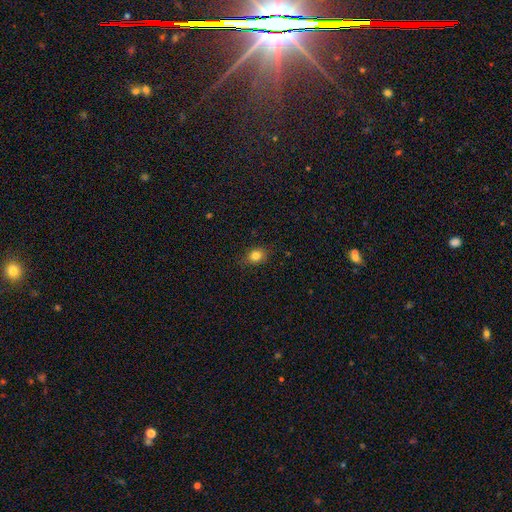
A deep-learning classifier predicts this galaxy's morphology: Smooth or featured? Predicted: smooth (p=0.81). How rounded? Predicted: round (p=0.53). Merging? Predicted: none (p=0.83).